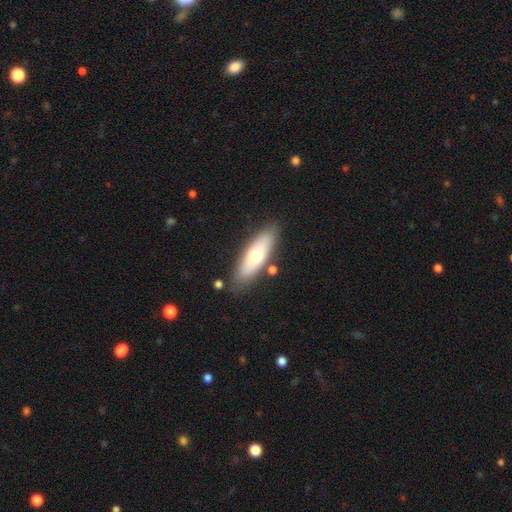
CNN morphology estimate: smooth 59%, featured or disk 35%, star or artifact 6%. Down the decision tree: how rounded — in between (57%); merging — none (80%).